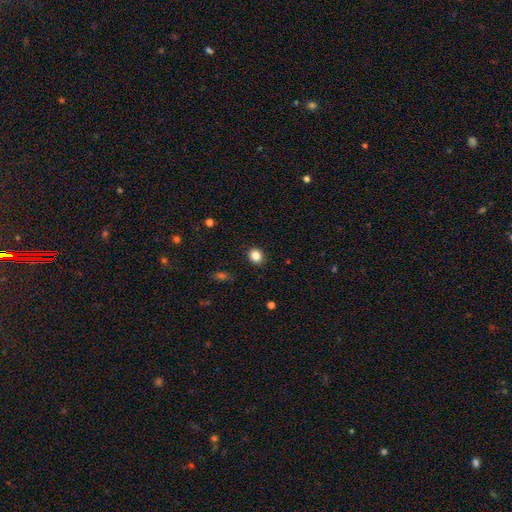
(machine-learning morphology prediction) This appears to be a smooth galaxy with no disk features (85%) that is round (74%). Merging: none (91%).